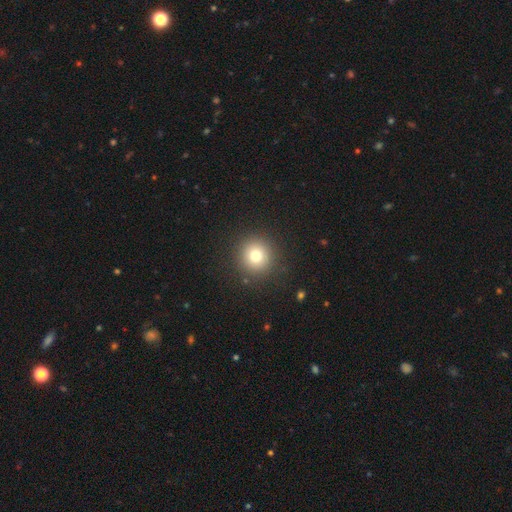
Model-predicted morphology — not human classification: A smooth galaxy with no disk features (77%) that is round (94%). Merging: none (90%).